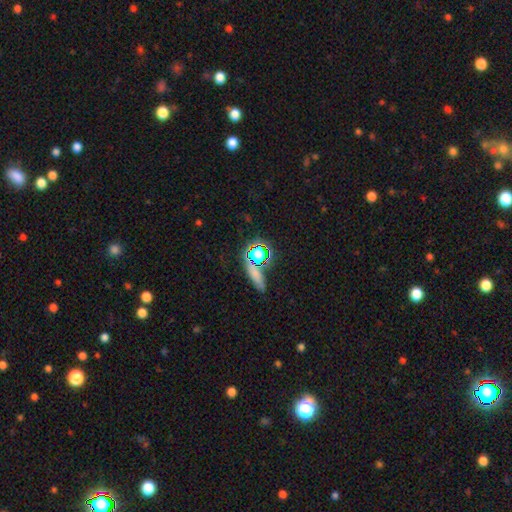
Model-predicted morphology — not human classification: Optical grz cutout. It shows a star or artifact, not a galaxy (62%).